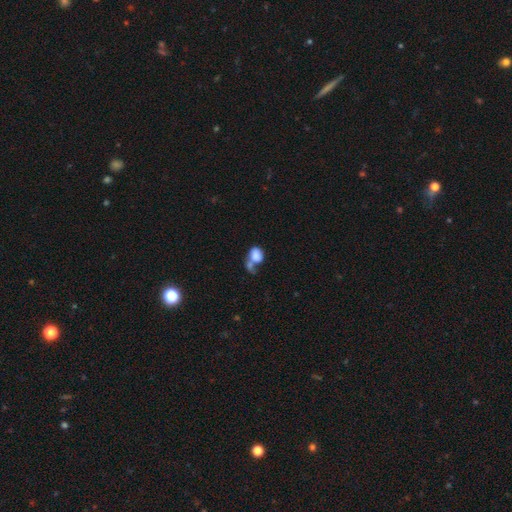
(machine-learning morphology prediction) Smooth or featured: smooth — 79% (featured or disk — 12%)
How rounded: in between — 66% (round — 33%)
Merging: merger — 53% (none — 21%)